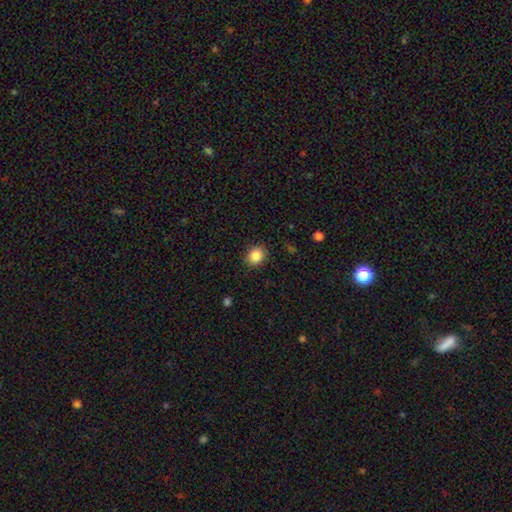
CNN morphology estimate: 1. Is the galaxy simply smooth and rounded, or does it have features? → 86% smooth, 9% star or artifact, 5% featured or disk.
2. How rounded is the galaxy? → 60% round, 39% in between, 1% cigar-shaped.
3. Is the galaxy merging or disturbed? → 89% none, 8% minor disturbance, 2% major disturbance, 1% merger.